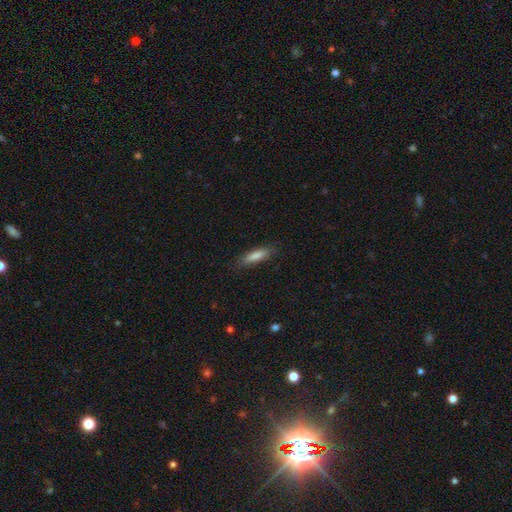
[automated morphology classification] smooth 80%, featured or disk 13%, star or artifact 7%. Down the decision tree: how rounded — cigar-shaped (74%); merging — none (84%).